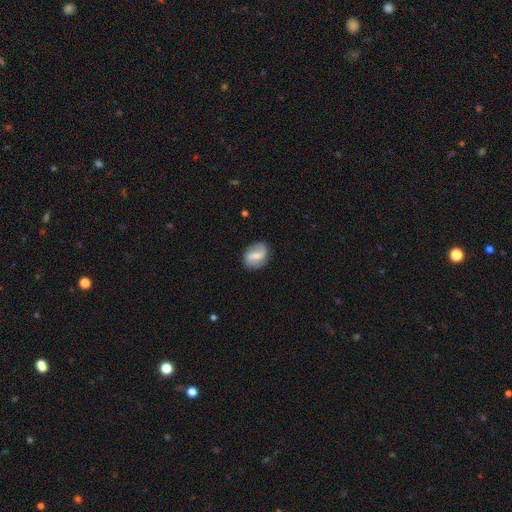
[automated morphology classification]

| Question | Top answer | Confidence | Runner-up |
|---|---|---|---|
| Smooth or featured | featured or disk | 54% | smooth (39%) |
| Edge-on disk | no | 96% | yes (4%) |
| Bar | weak | 48% | strong (31%) |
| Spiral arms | yes | 80% | no (20%) |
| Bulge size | small | 43% | moderate (42%) |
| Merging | none | 80% | minor disturbance (14%) |